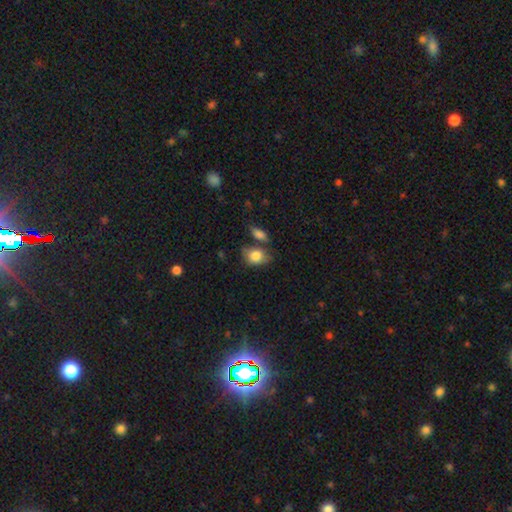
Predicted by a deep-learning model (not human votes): This is clearly a smooth galaxy (82%). How rounded: likely in between (68%). Merging: possibly none (50%).